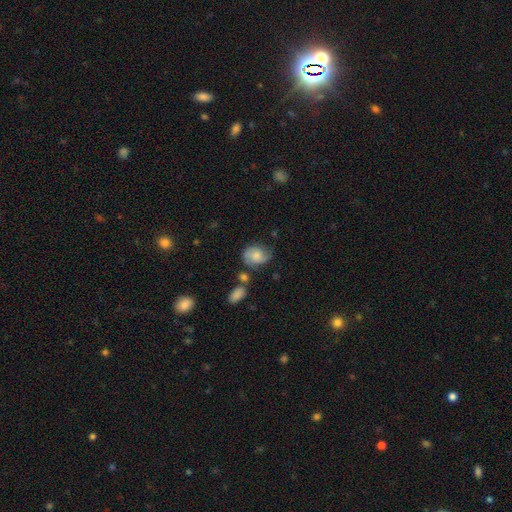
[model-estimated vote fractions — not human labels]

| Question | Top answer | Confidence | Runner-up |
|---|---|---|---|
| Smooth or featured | smooth | 54% | featured or disk (37%) |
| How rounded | in between | 53% | round (46%) |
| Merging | none | 54% | minor disturbance (27%) |